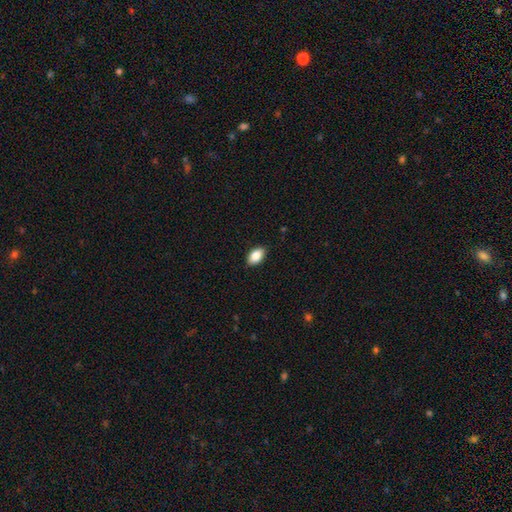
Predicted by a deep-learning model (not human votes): The model was most divided on "merging": none: 88%, minor disturbance: 10%, major disturbance: 2%, merger: 1%. More confident: how rounded — in between (91%); smooth or featured — smooth (87%).